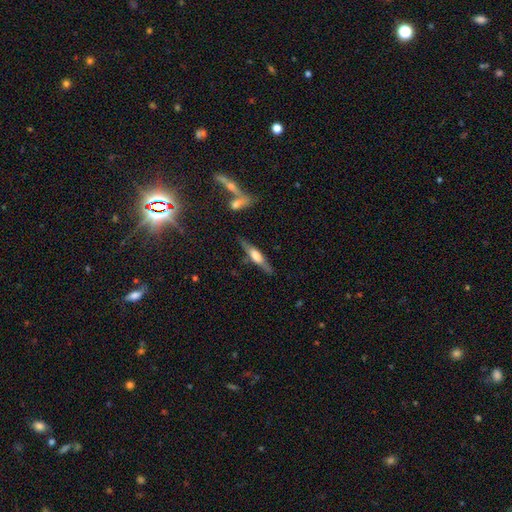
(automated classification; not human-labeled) featured or disk 58%, smooth 35%, star or artifact 7%. Down the decision tree: edge-on disk — yes (91%); edge-on bulge — rounded (56%); merging — none (76%).